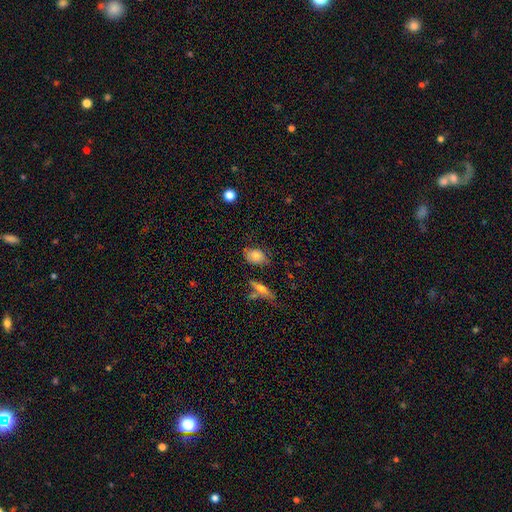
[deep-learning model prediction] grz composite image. It shows a smooth galaxy with no disk features (73%) that is in between round and cigar-shaped (67%). Merging: none (63%).